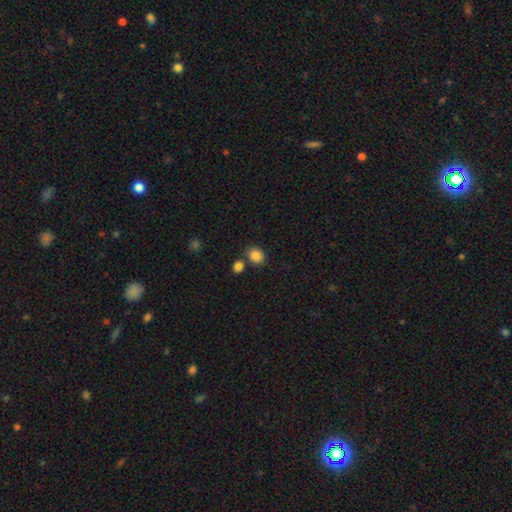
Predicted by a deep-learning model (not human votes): A smooth galaxy with no disk features (86%) that is round (66%).

Vote fractions:
- Smooth or featured? smooth: 86% / star or artifact: 10% / featured or disk: 5%
- How rounded? round: 66% / in between: 33% / cigar-shaped: 1%
- Merging? none: 72% / merger: 16% / minor disturbance: 9% / major disturbance: 3%